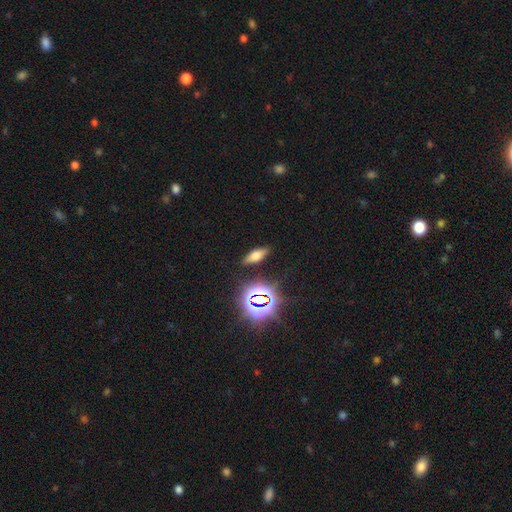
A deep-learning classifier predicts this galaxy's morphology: Smooth or featured: smooth — 57% (star or artifact — 22%)
How rounded: in between — 62% (cigar-shaped — 32%)
Merging: none — 86% (minor disturbance — 9%)